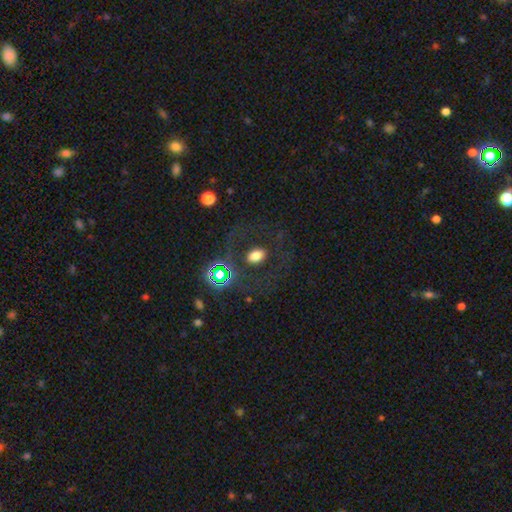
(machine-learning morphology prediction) A smooth galaxy with no disk features (62%) that is in between round and cigar-shaped (75%).

Vote fractions:
- Smooth or featured? smooth: 62% / star or artifact: 19% / featured or disk: 19%
- How rounded? in between: 75% / round: 23% / cigar-shaped: 1%
- Merging? none: 75% / minor disturbance: 11% / major disturbance: 11% / merger: 3%